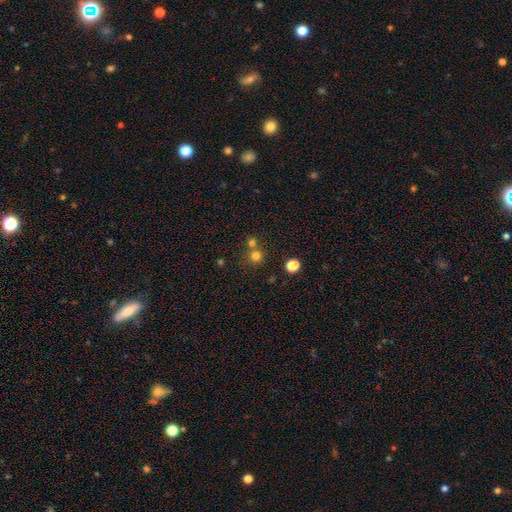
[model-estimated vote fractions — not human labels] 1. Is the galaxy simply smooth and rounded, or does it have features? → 74% smooth, 18% star or artifact, 8% featured or disk.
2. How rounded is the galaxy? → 91% round, 8% in between, 1% cigar-shaped.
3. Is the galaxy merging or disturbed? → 63% none, 27% merger, 7% minor disturbance, 3% major disturbance.